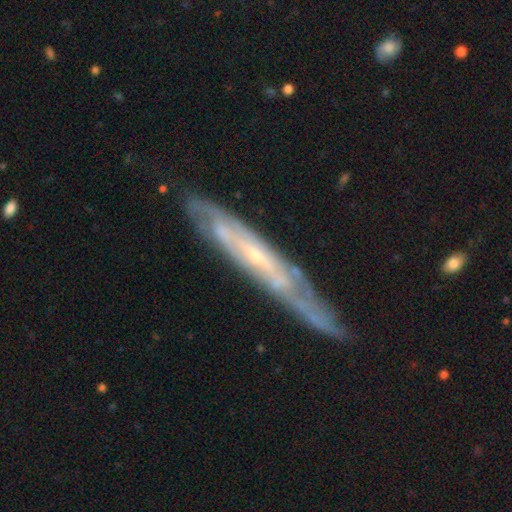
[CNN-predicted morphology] Smooth or featured: featured or disk — 79% (smooth — 15%)
Edge-on disk: yes — 56% (no — 44%)
Merging: none — 74% (minor disturbance — 19%)